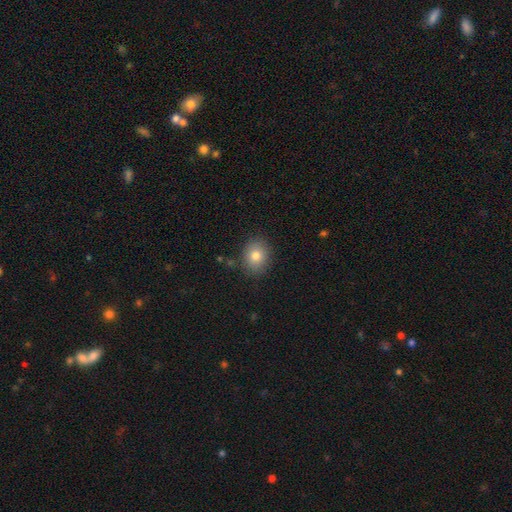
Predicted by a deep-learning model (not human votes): This is likely a smooth galaxy (79%). How rounded: likely round (64%). Merging: clearly none (86%).